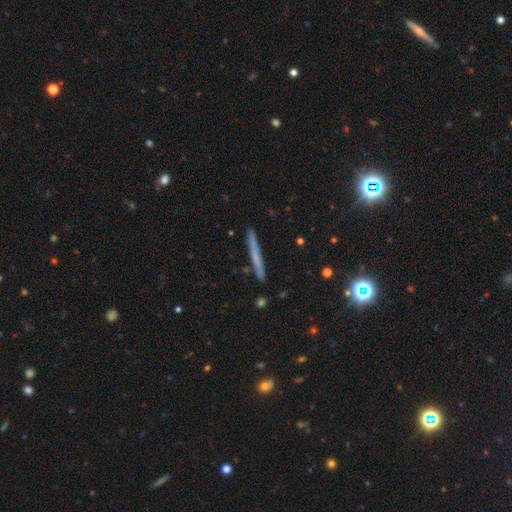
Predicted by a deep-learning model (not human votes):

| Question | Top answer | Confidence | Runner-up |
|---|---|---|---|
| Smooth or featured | smooth | 50% | featured or disk (41%) |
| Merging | none | 90% | minor disturbance (7%) |